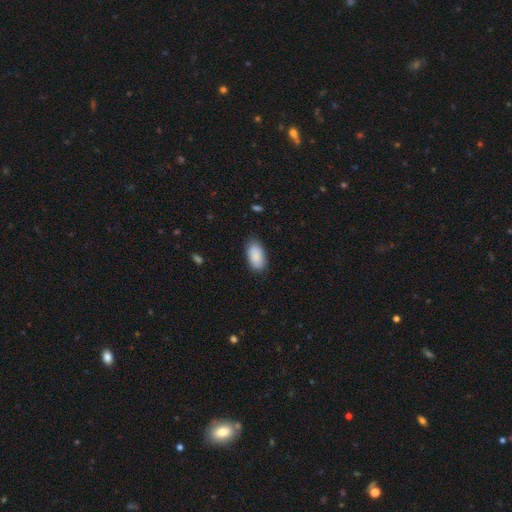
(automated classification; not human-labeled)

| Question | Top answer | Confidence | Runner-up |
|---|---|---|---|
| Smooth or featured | smooth | 89% | star or artifact (6%) |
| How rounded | in between | 94% | cigar-shaped (3%) |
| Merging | none | 83% | minor disturbance (13%) |